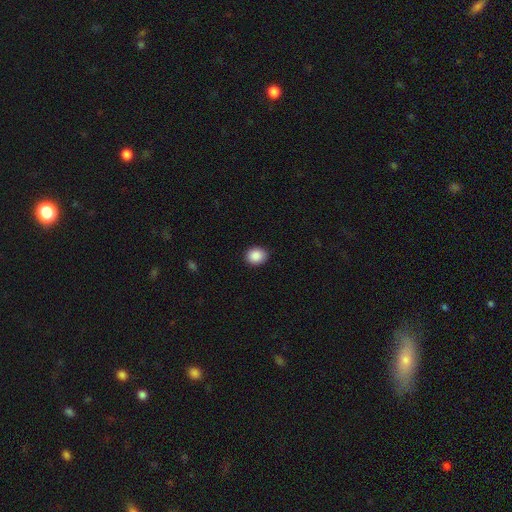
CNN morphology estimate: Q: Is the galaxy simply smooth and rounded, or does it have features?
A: smooth — 89%.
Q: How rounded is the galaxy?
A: round — 61%.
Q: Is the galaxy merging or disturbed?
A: none — 89%.